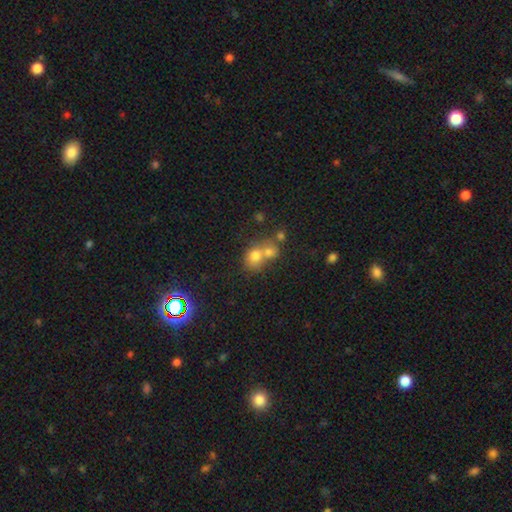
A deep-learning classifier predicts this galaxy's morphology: Smooth or featured?
  - smooth: 71% *
  - featured or disk: 16%
  - star or artifact: 13%
How rounded?
  - round: 63% *
  - in between: 36%
  - cigar-shaped: 1%
Merging?
  - merger: 63% *
  - none: 26%
  - minor disturbance: 7%
  - major disturbance: 4%